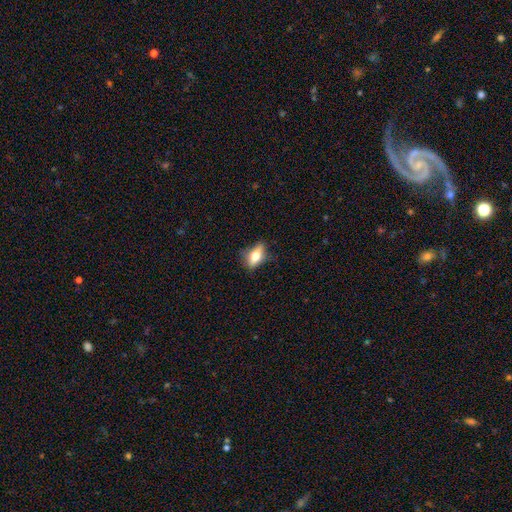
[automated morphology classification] smooth-or-featured: smooth: 54% | featured or disk: 38% | star or artifact: 8%
  how-rounded: in between: 73% | cigar-shaped: 18% | round: 9%
  merging: none: 72% | minor disturbance: 19% | major disturbance: 7% | merger: 2%